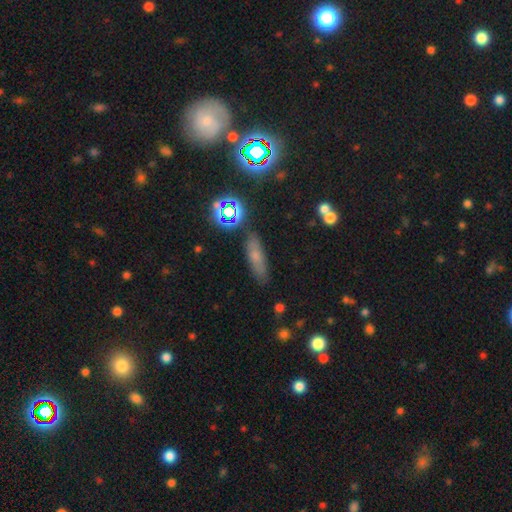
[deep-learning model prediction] Smooth or featured: smooth — 60% (star or artifact — 20%)
How rounded: cigar-shaped — 57% (in between — 37%)
Merging: none — 81% (minor disturbance — 12%)